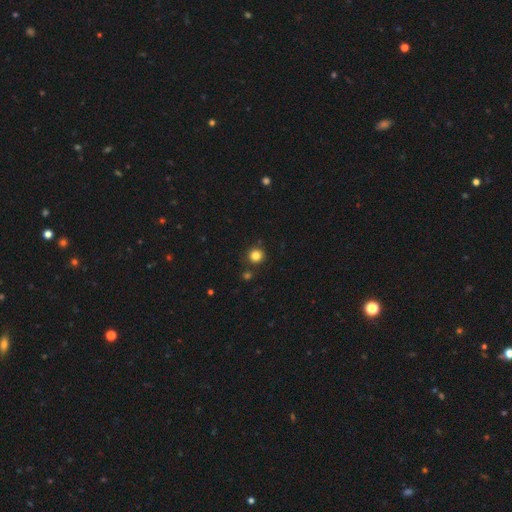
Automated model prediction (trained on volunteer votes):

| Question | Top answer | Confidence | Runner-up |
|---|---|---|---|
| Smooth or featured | smooth | 83% | star or artifact (12%) |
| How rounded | round | 94% | in between (5%) |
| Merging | none | 86% | minor disturbance (7%) |